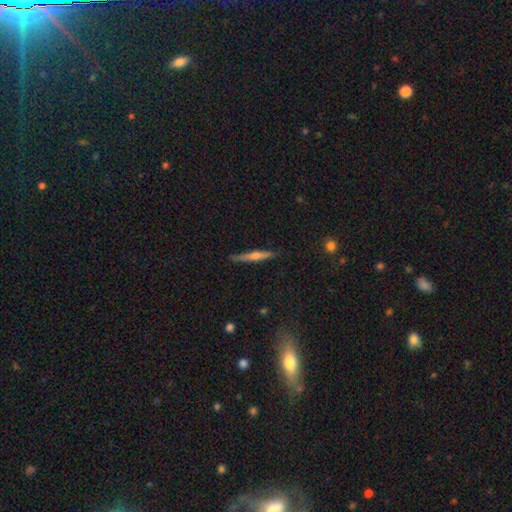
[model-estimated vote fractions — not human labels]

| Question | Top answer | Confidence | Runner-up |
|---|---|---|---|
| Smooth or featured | featured or disk | 51% | smooth (42%) |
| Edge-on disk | yes | 97% | no (3%) |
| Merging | none | 86% | minor disturbance (11%) |